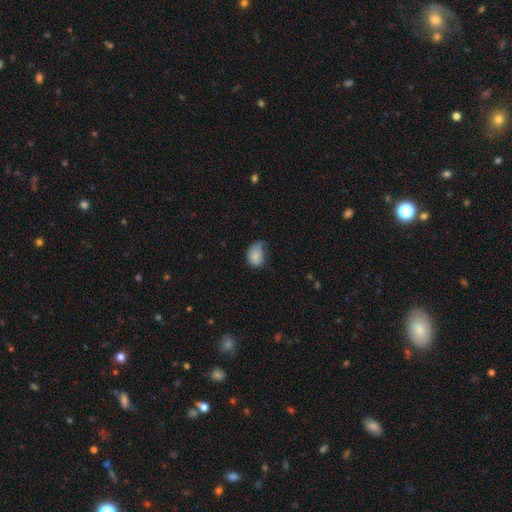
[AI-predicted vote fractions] Smooth or featured? smooth (82%)
How rounded? in between (67%)
Merging? minor disturbance (43%)